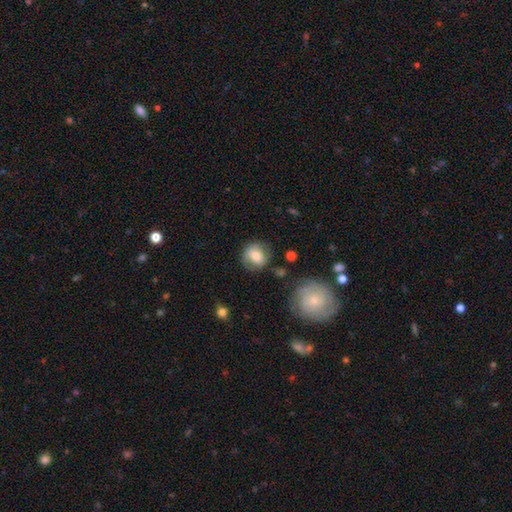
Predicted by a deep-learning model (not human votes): Smooth or featured: smooth — 62% (featured or disk — 29%)
How rounded: round — 80% (in between — 19%)
Merging: none — 70% (minor disturbance — 19%)